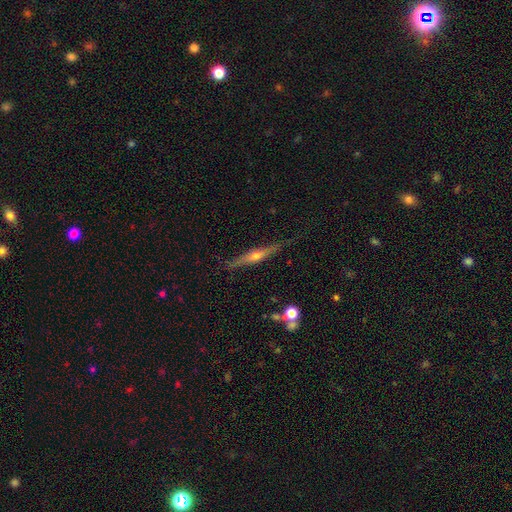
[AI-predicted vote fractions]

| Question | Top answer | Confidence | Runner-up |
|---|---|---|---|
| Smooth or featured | featured or disk | 77% | smooth (16%) |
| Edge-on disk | yes | 97% | no (3%) |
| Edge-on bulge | rounded | 90% | none (6%) |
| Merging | none | 85% | minor disturbance (12%) |